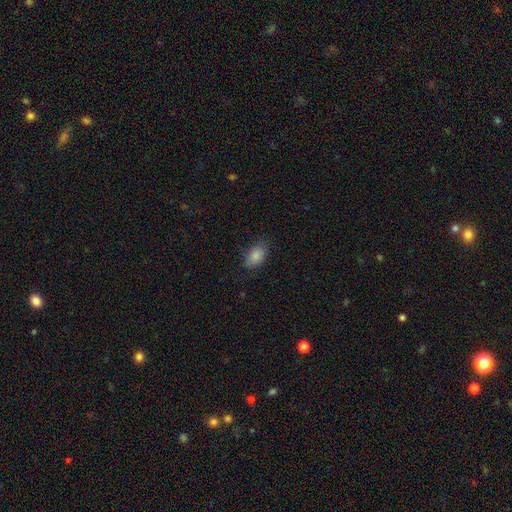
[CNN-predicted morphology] Smooth or featured? Predicted: smooth (p=0.86). How rounded? Predicted: in between (p=0.90). Merging? Predicted: none (p=0.78).